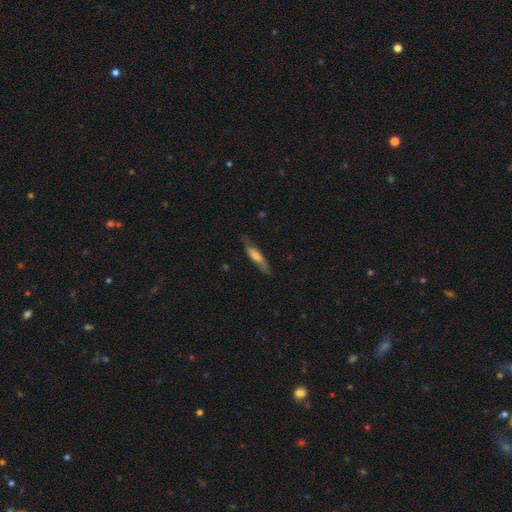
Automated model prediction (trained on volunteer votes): Smooth or featured: smooth — 55% (featured or disk — 39%)
How rounded: cigar-shaped — 77% (in between — 21%)
Merging: none — 77% (minor disturbance — 18%)